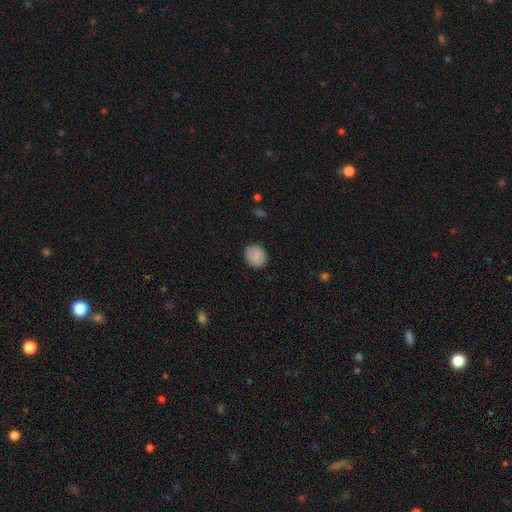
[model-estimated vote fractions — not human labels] Smooth or featured: smooth — 87% (star or artifact — 7%)
How rounded: round — 80% (in between — 19%)
Merging: none — 88% (minor disturbance — 9%)